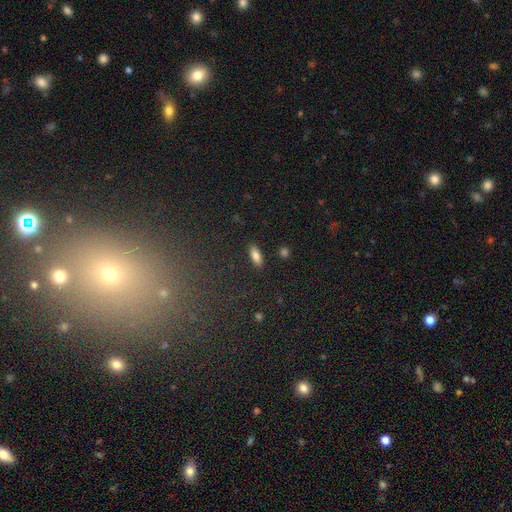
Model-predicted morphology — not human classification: Smooth or featured? smooth (83%)
How rounded? in between (76%)
Merging? none (88%)